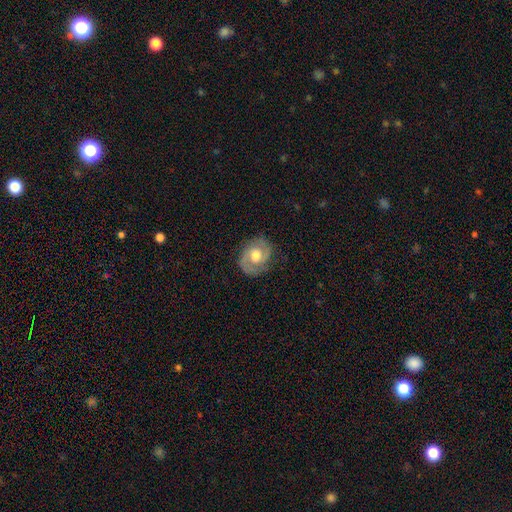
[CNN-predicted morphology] type=featured or disk (83%); edge-on=no (98%); bar=no (54%); spiral arms=yes (94%); winding=medium (46%); arm count=2 (90%); bulge=moderate (72%); merging=none (83%).